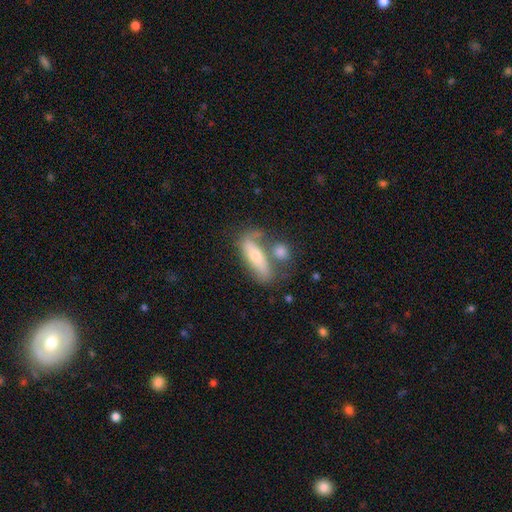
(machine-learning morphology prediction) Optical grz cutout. It shows a smooth galaxy with no disk features (46%). Merging: none (47%).